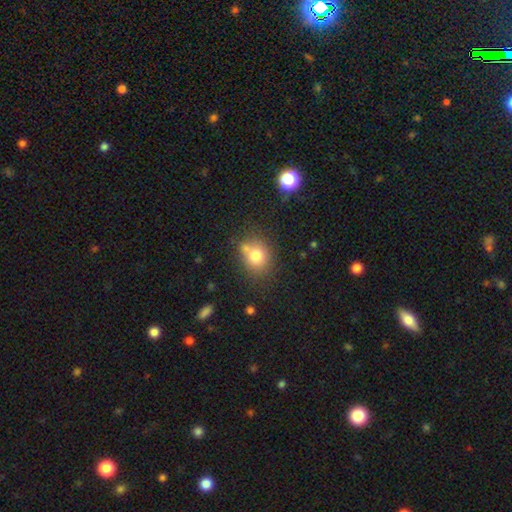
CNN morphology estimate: Q: Smooth or featured?
A: smooth (77%); runner-up: star or artifact (12%)
Q: How rounded?
A: round (68%); runner-up: in between (31%)
Q: Merging?
A: none (61%); runner-up: minor disturbance (17%)